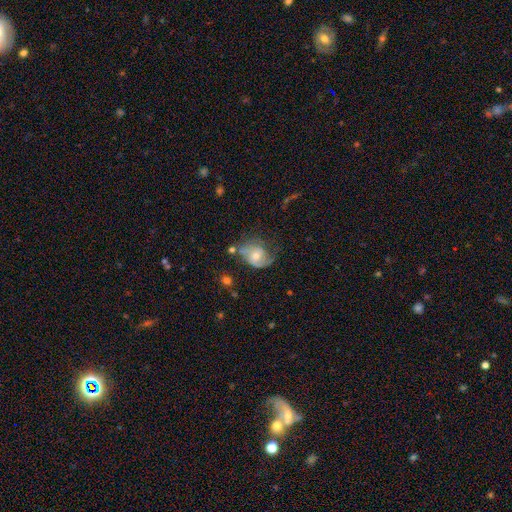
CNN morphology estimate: featured or disk 67%, smooth 25%, star or artifact 9%. Down the decision tree: edge-on disk — no (97%); bar — no (64%); spiral arms — yes (85%); spiral arm count — 2 (62%); spiral winding — medium (43%); bulge size — moderate (63%); merging — none (48%).